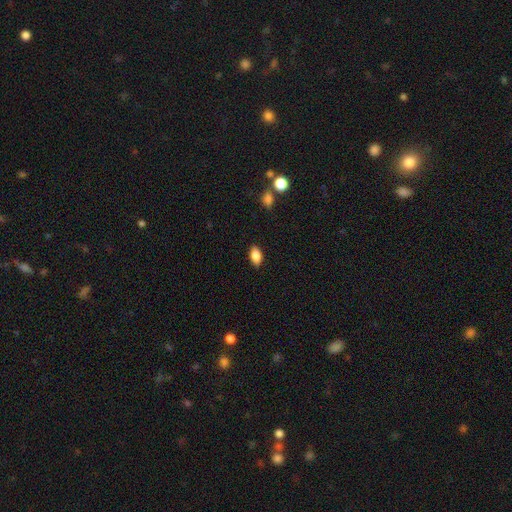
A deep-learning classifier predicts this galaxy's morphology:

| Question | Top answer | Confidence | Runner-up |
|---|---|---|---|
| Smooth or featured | smooth | 84% | featured or disk (8%) |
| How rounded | in between | 90% | cigar-shaped (5%) |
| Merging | none | 87% | minor disturbance (10%) |